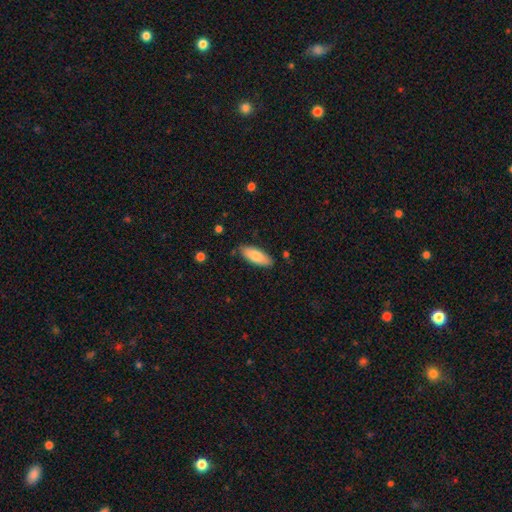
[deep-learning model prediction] A smooth galaxy with no disk features (78%) that is in between round and cigar-shaped (70%).

Vote fractions:
- Smooth or featured? smooth: 78% / featured or disk: 16% / star or artifact: 6%
- How rounded? in between: 70% / cigar-shaped: 28% / round: 2%
- Merging? none: 84% / minor disturbance: 13% / major disturbance: 2% / merger: 2%